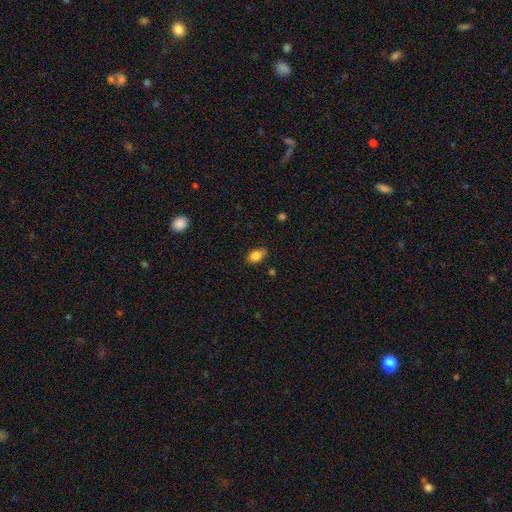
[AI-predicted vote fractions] Overall: smooth (83%). How rounded: in between (85%). Merging: none (72%).